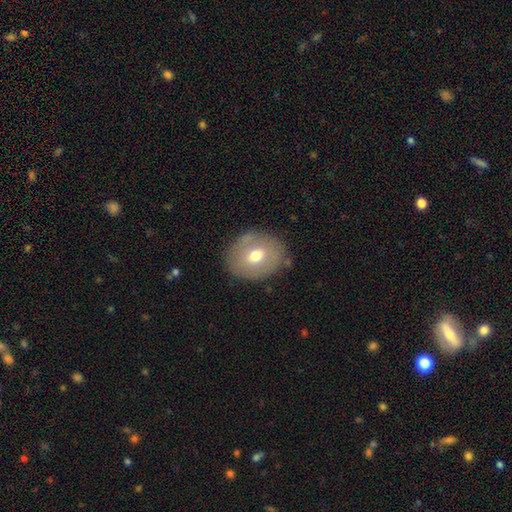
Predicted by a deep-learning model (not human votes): Q: Smooth or featured?
A: smooth (64%); runner-up: featured or disk (28%)
Q: How rounded?
A: round (59%); runner-up: in between (40%)
Q: Merging?
A: none (81%); runner-up: minor disturbance (13%)